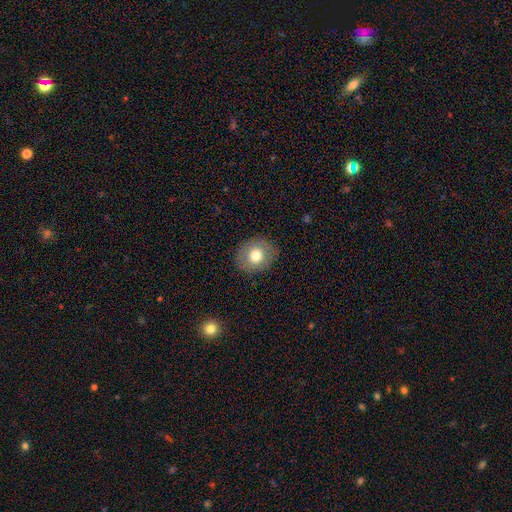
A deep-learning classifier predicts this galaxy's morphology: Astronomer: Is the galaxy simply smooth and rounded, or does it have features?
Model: smooth — 74%.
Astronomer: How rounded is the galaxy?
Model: round — 69%.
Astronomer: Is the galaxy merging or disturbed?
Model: none — 87%.